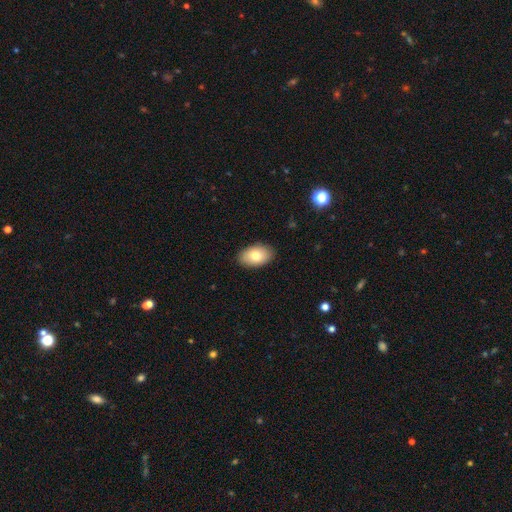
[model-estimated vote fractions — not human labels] smooth-or-featured: smooth: 79% | featured or disk: 14% | star or artifact: 7%
  how-rounded: in between: 92% | round: 7% | cigar-shaped: 1%
  merging: none: 88% | minor disturbance: 9% | major disturbance: 2% | merger: 1%